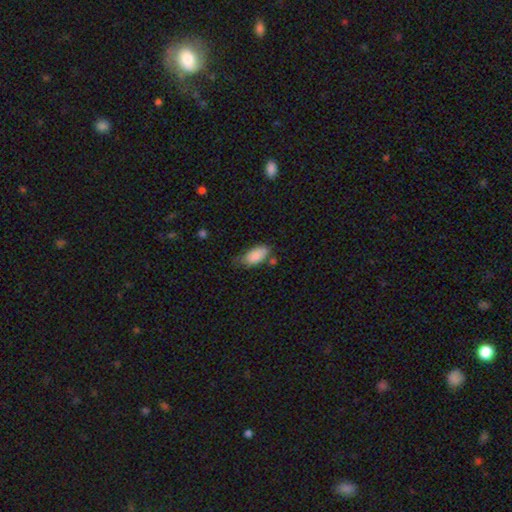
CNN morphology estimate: This is clearly a smooth galaxy (86%). How rounded: clearly in between (92%). Merging: possibly none (47%).